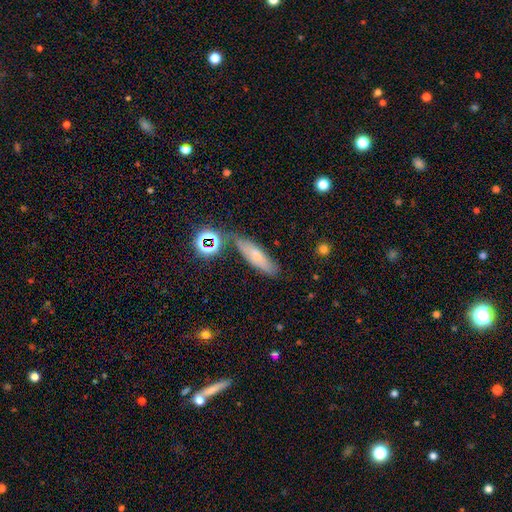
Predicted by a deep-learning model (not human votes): A smooth galaxy with no disk features (63%) that is cigar-shaped (55%).

Vote fractions:
- Smooth or featured? smooth: 63% / featured or disk: 24% / star or artifact: 13%
- How rounded? cigar-shaped: 55% / in between: 41% / round: 4%
- Merging? none: 68% / minor disturbance: 18% / merger: 8% / major disturbance: 5%